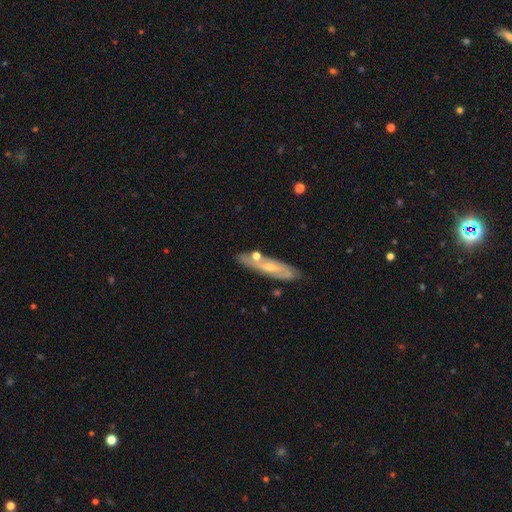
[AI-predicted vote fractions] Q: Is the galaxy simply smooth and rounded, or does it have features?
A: featured or disk — 52%.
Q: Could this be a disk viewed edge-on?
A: no — 62%.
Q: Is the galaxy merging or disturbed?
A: none — 67%.